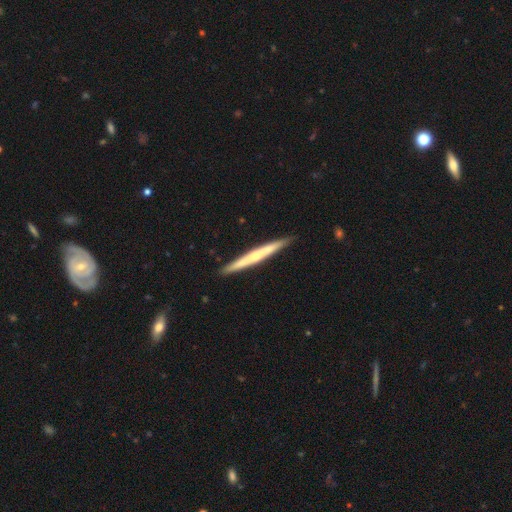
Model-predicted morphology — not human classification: Smooth or featured?
  - featured or disk: 59% *
  - smooth: 36%
  - star or artifact: 5%
Edge-on disk?
  - yes: 97% *
  - no: 3%
Edge-on bulge?
  - rounded: 51% *
  - none: 44%
  - boxy: 5%
Merging?
  - none: 91% *
  - minor disturbance: 6%
  - major disturbance: 1%
  - merger: 1%